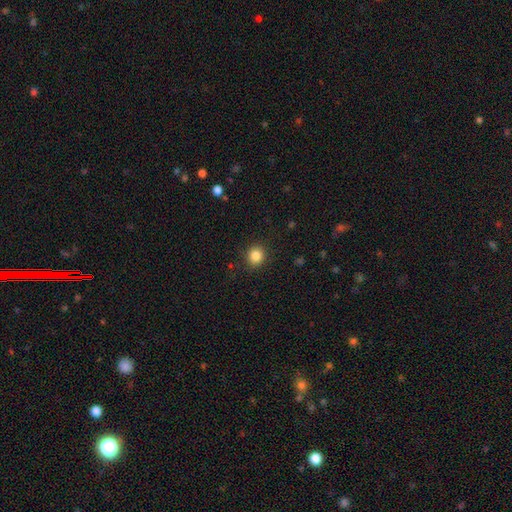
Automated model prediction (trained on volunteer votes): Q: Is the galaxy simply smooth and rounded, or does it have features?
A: smooth — 85%.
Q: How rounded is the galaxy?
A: round — 84%.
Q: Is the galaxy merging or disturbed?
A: none — 89%.